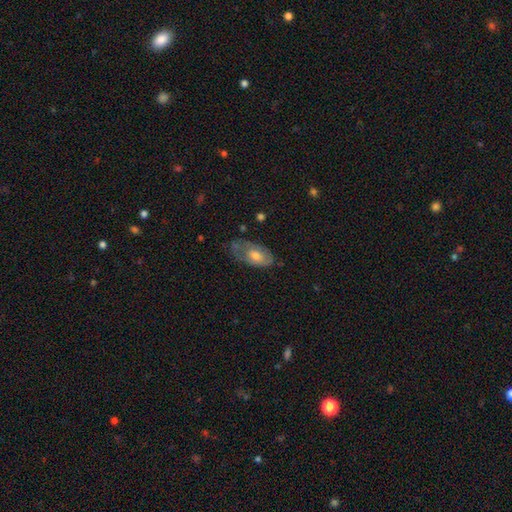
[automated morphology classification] Smooth or featured: smooth — 52% (featured or disk — 41%)
How rounded: in between — 91% (round — 5%)
Merging: none — 45% (minor disturbance — 35%)